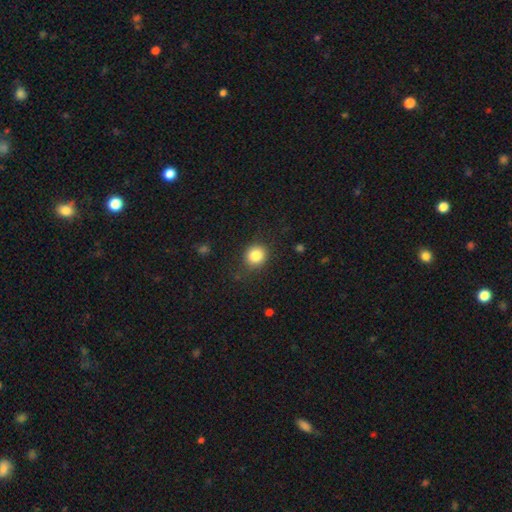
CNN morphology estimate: Smooth or featured? smooth (84%)
How rounded? round (84%)
Merging? none (84%)